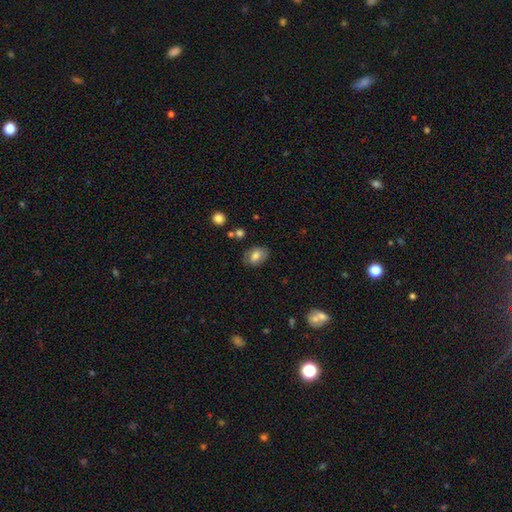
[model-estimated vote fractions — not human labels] The model was most divided on "smooth or featured": smooth: 69%, featured or disk: 22%, star or artifact: 9%. More confident: how rounded — in between (78%); merging — none (73%).